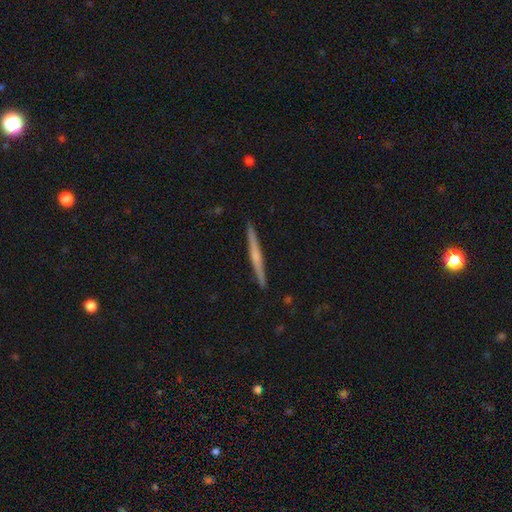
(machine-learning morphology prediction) This appears to be a featured or disk galaxy (65%) viewed edge-on (98%) with a rounded central bulge (54%). Merging: none (92%).